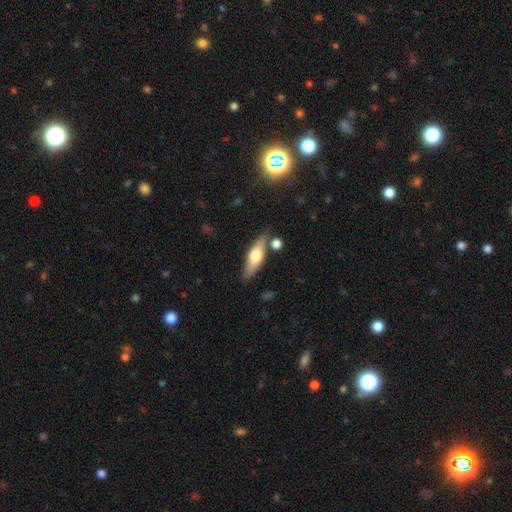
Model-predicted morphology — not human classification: A smooth galaxy with no disk features (49%).

Vote fractions:
- Smooth or featured? smooth: 49% / featured or disk: 45% / star or artifact: 6%
- Merging? none: 79% / minor disturbance: 11% / merger: 7% / major disturbance: 3%